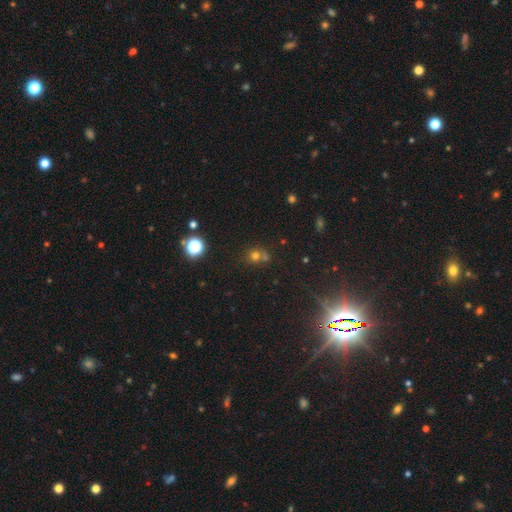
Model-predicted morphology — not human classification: Smooth or featured? Predicted: smooth (p=0.61). How rounded? Predicted: round (p=0.84). Merging? Predicted: none (p=0.56).